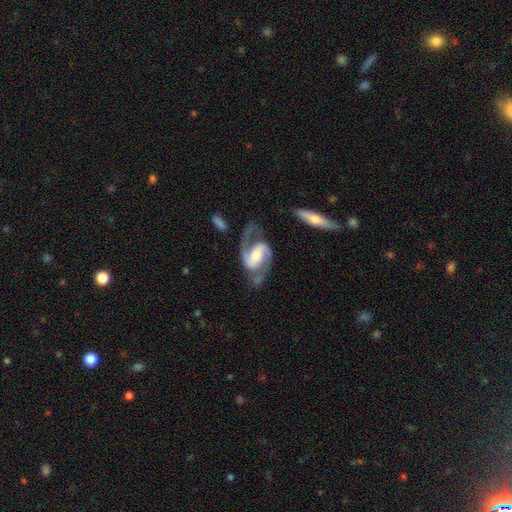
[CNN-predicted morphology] type=featured or disk (89%); edge-on=no (97%); bar=strong (40%, tied with weak); spiral arms=yes (97%); winding=medium (57%); arm count=2 (92%); bulge=moderate (46%); merging=none (65%).